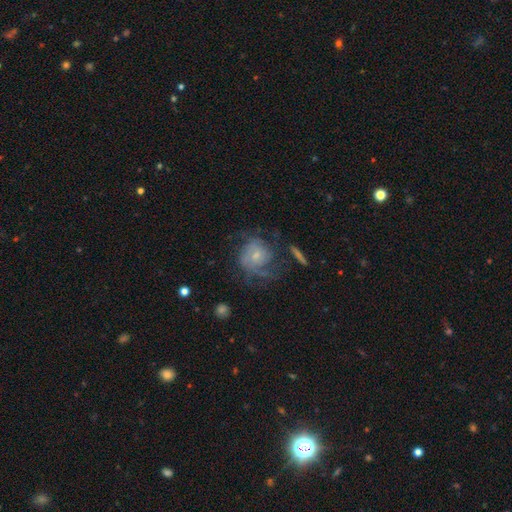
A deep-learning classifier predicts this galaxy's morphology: Smooth or featured? Predicted: featured or disk (p=0.68). Edge-on disk? Predicted: no (p=0.97). Bar? Predicted: no (p=0.66). Spiral arms? Predicted: yes (p=0.84). Spiral winding? Predicted: tight (p=0.44). Spiral arm count? Predicted: can't tell (p=0.37). Bulge size? Predicted: small (p=0.61). Merging? Predicted: none (p=0.45).